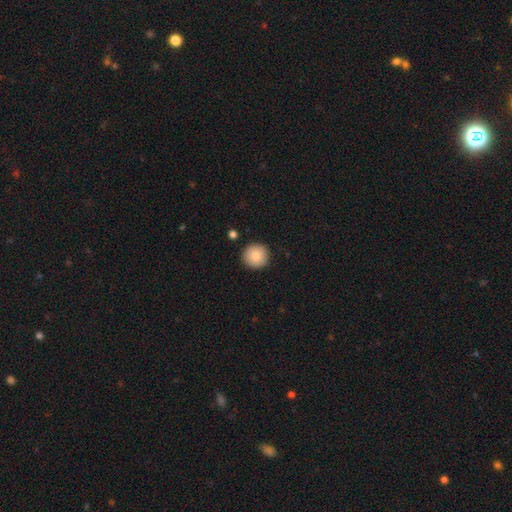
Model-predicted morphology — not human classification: smooth-or-featured: smooth: 85% | star or artifact: 8% | featured or disk: 7%
  how-rounded: round: 95% | in between: 4% | cigar-shaped: 1%
  merging: none: 91% | minor disturbance: 6% | major disturbance: 2% | merger: 2%